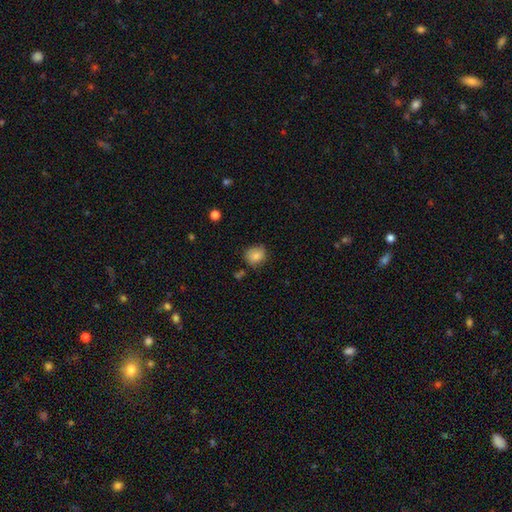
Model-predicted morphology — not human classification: Smooth or featured?
  - smooth: 83% *
  - star or artifact: 9%
  - featured or disk: 7%
How rounded?
  - round: 72% *
  - in between: 27%
  - cigar-shaped: 1%
Merging?
  - none: 74% *
  - minor disturbance: 18%
  - major disturbance: 4%
  - merger: 3%